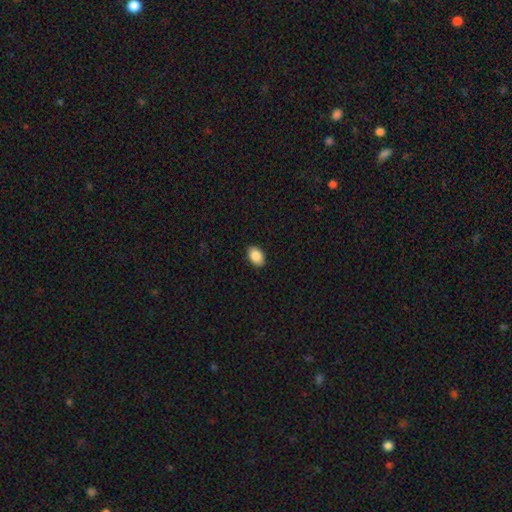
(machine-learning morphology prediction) Smooth or featured: smooth — 88% (star or artifact — 7%)
How rounded: in between — 88% (round — 11%)
Merging: none — 89% (minor disturbance — 8%)